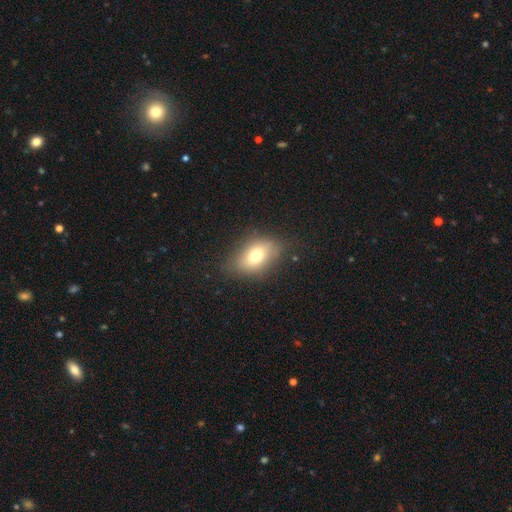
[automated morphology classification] Smooth or featured? Predicted: smooth (p=0.72). How rounded? Predicted: in between (p=0.82). Merging? Predicted: none (p=0.77).